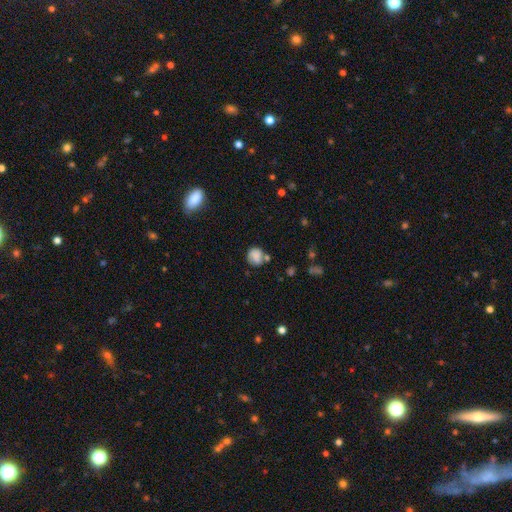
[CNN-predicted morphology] The model was most divided on "merging": none: 55%, minor disturbance: 23%, merger: 13%, major disturbance: 8%. More confident: how rounded — round (76%); smooth or featured — smooth (74%).